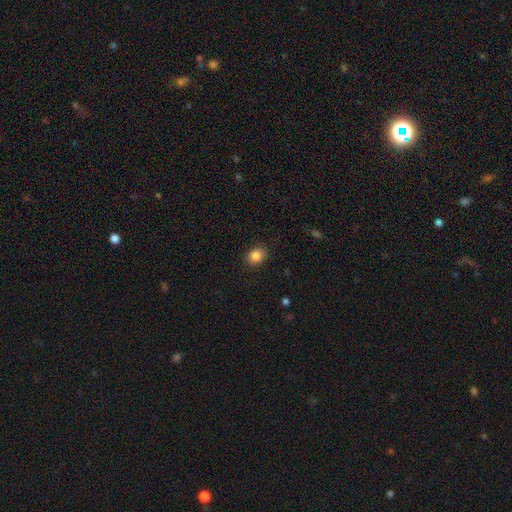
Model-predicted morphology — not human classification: Smooth or featured? smooth (86%)
How rounded? in between (50%)
Merging? none (88%)